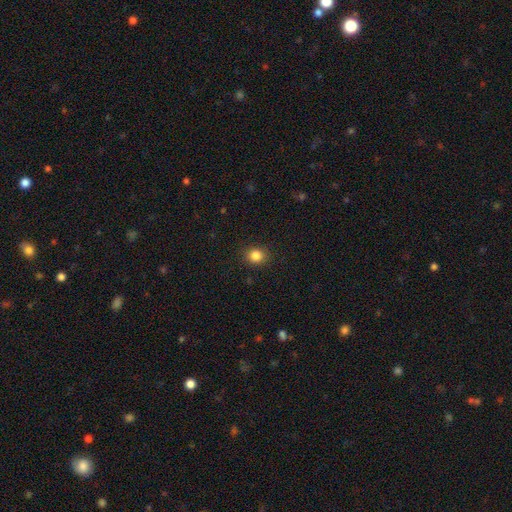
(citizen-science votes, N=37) Overall: smooth (92%). How rounded: round (79%). Merging: none (91%).